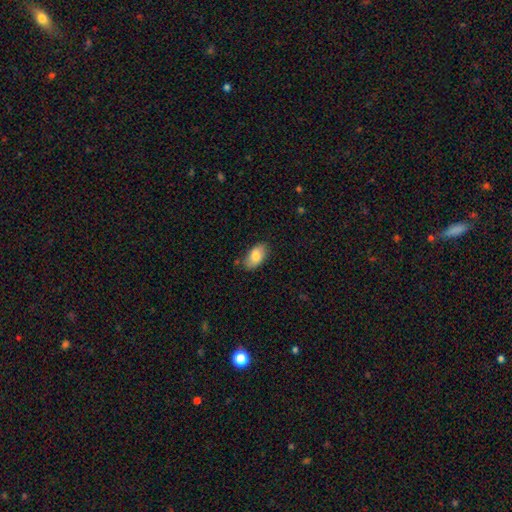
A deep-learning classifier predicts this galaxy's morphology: Smooth or featured? smooth (83%)
How rounded? in between (94%)
Merging? none (80%)